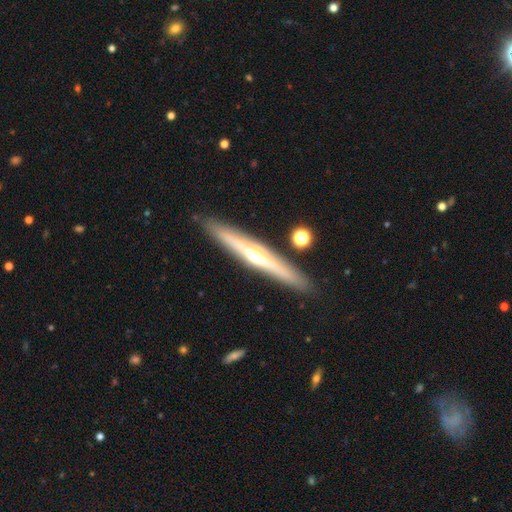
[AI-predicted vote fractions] Morphology: type=featured or disk (69%); edge-on=yes (96%); edge-on bulge=rounded (81%); merging=none (89%).